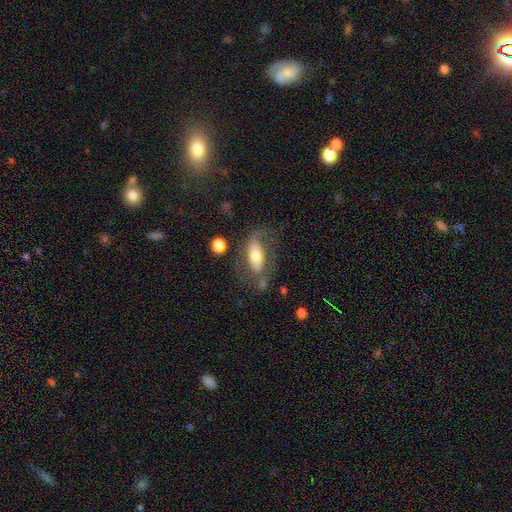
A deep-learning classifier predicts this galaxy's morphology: A featured or disk galaxy (50%). Merging: none (52%).